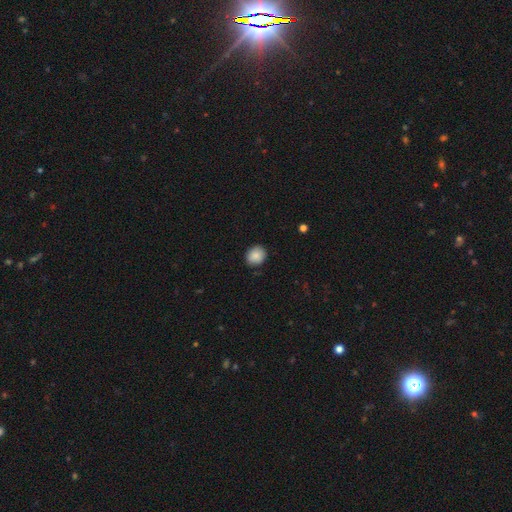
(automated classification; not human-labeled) Smooth or featured?
  - smooth: 86% *
  - star or artifact: 8%
  - featured or disk: 6%
How rounded?
  - round: 72% *
  - in between: 27%
  - cigar-shaped: 1%
Merging?
  - none: 84% *
  - minor disturbance: 12%
  - major disturbance: 2%
  - merger: 1%